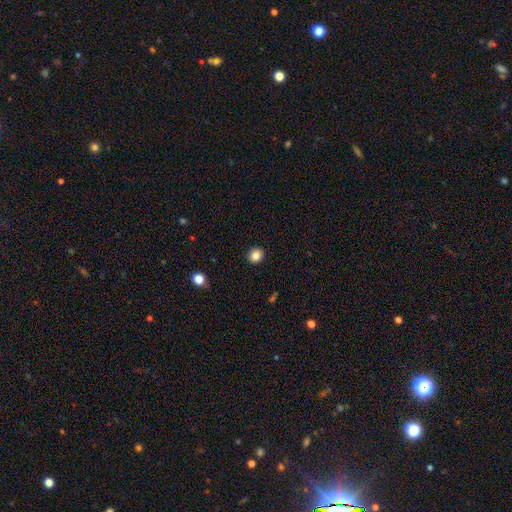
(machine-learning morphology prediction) A smooth galaxy with no disk features (84%) that is round (79%).

Vote fractions:
- Smooth or featured? smooth: 84% / star or artifact: 11% / featured or disk: 5%
- How rounded? round: 79% / in between: 20% / cigar-shaped: 1%
- Merging? none: 91% / minor disturbance: 6% / major disturbance: 2% / merger: 1%